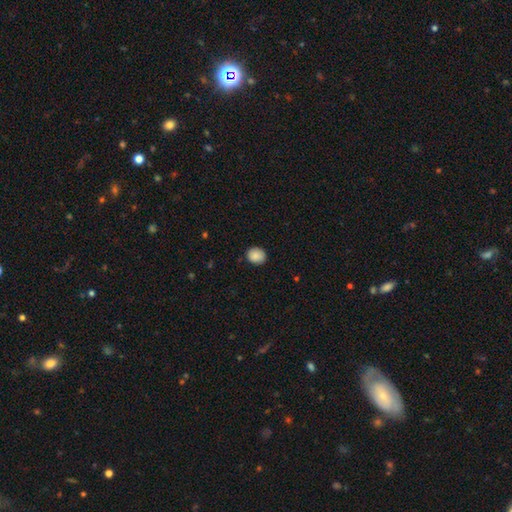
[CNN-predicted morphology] Q: Smooth or featured?
A: smooth (88%); runner-up: star or artifact (8%)
Q: How rounded?
A: round (67%); runner-up: in between (32%)
Q: Merging?
A: none (87%); runner-up: minor disturbance (10%)